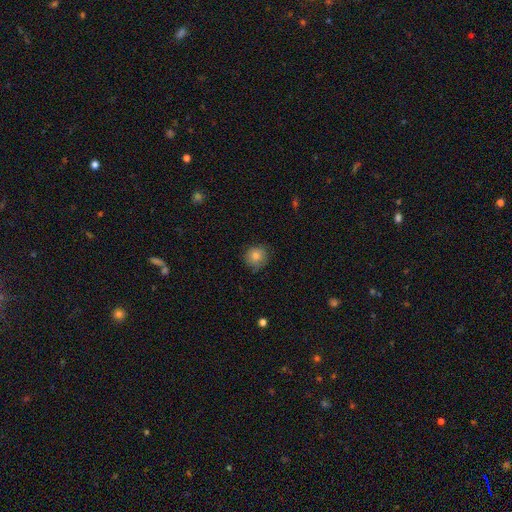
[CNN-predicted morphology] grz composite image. It shows a smooth galaxy with no disk features (82%) that is round (90%). Merging: none (79%).